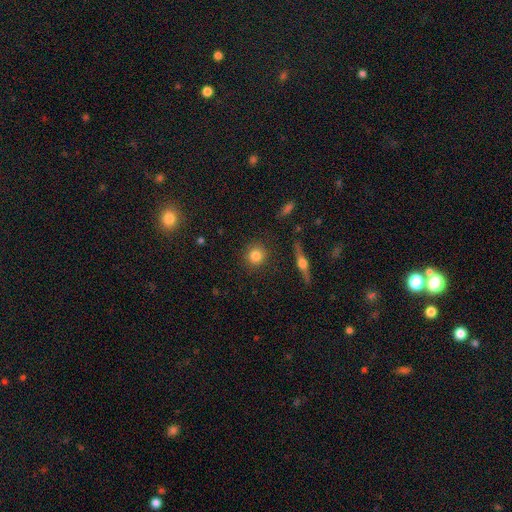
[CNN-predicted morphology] Smooth or featured: smooth — 80% (featured or disk — 11%)
How rounded: round — 91% (in between — 8%)
Merging: none — 89% (minor disturbance — 7%)